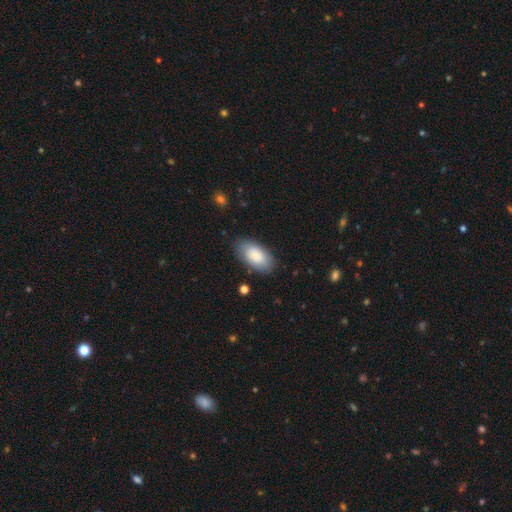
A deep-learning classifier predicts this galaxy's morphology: smooth_or_featured: smooth (p=0.83) [alt: featured or disk p=0.11]
how_rounded: in between (p=0.95) [alt: round p=0.03]
merging: none (p=0.82) [alt: minor disturbance p=0.14]